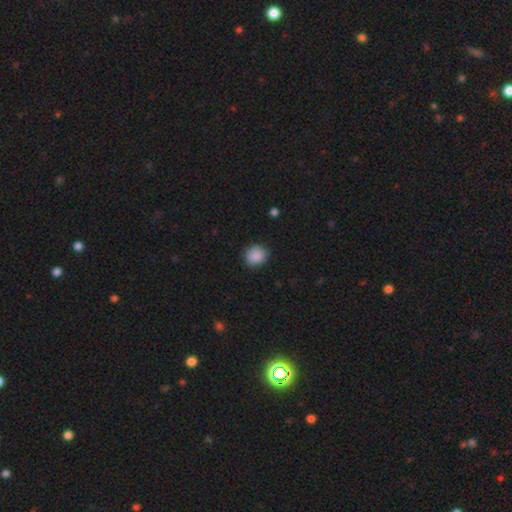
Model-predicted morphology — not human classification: smooth_or_featured: smooth (p=0.89) [alt: star or artifact p=0.08]
how_rounded: round (p=0.80) [alt: in between p=0.19]
merging: none (p=0.84) [alt: minor disturbance p=0.12]